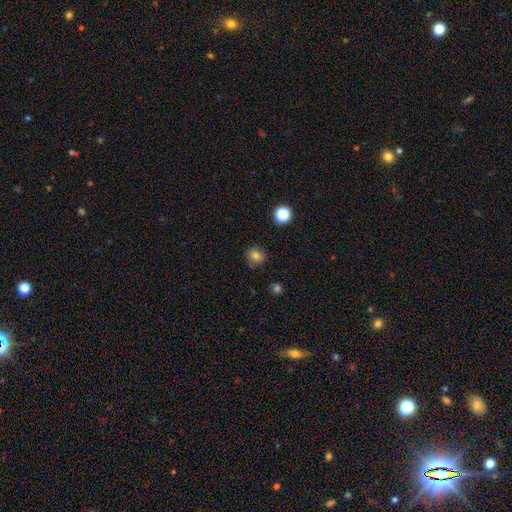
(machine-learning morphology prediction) Smooth or featured? smooth (77%)
How rounded? round (86%)
Merging? none (83%)